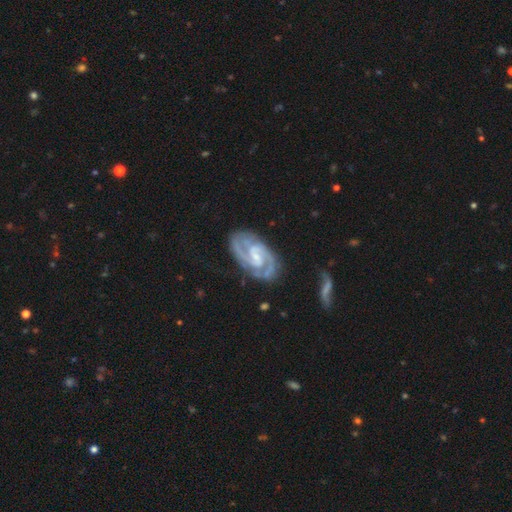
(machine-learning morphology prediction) Q: Smooth or featured?
A: featured or disk (91%); runner-up: smooth (4%)
Q: Edge-on disk?
A: no (97%); runner-up: yes (3%)
Q: Bar?
A: weak (51%); runner-up: no (28%)
Q: Spiral arms?
A: yes (98%); runner-up: no (2%)
Q: Spiral winding?
A: medium (48%); runner-up: tight (45%)
Q: Spiral arm count?
A: 2 (82%); runner-up: 3 (8%)
Q: Bulge size?
A: small (60%); runner-up: moderate (26%)
Q: Merging?
A: none (76%); runner-up: minor disturbance (17%)